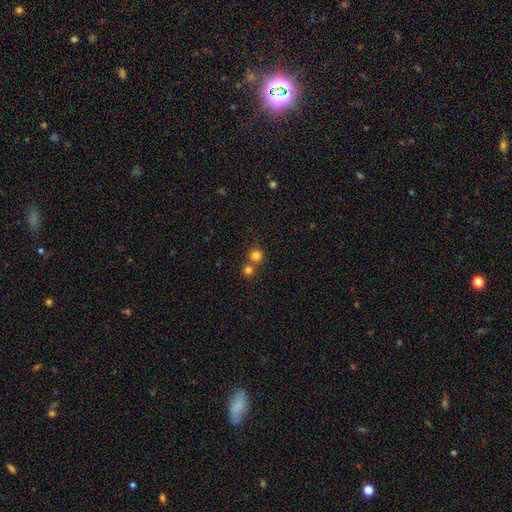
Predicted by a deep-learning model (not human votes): Overall: smooth (80%). How rounded: round (92%). Merging: none (56%; merger 37%).